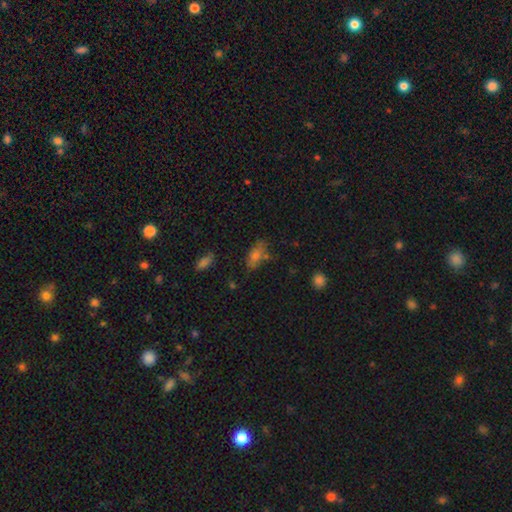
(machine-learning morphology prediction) A smooth galaxy with no disk features (65%) that is in between round and cigar-shaped (77%).

Vote fractions:
- Smooth or featured? smooth: 65% / featured or disk: 19% / star or artifact: 16%
- How rounded? in between: 77% / cigar-shaped: 16% / round: 6%
- Merging? none: 63% / minor disturbance: 21% / merger: 9% / major disturbance: 7%